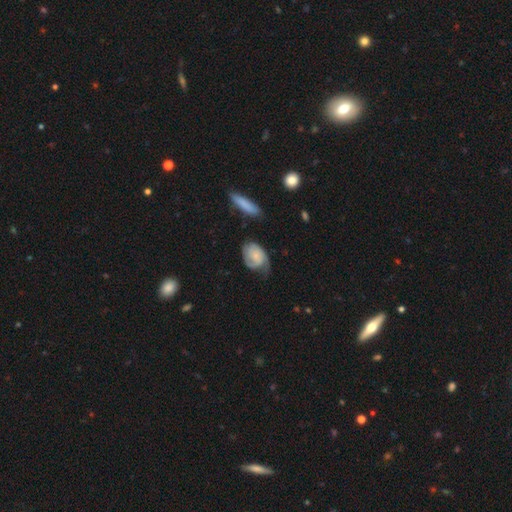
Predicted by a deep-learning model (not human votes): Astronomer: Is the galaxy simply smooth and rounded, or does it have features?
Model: featured or disk — 58% (runner-up: smooth, 35%).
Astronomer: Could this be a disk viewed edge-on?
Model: no — 96%.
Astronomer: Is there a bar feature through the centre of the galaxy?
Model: no — 72%.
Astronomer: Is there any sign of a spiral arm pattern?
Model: yes — 89%.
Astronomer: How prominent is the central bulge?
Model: small — 54%.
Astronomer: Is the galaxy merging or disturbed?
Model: none — 44% (runner-up: minor disturbance, 31%).